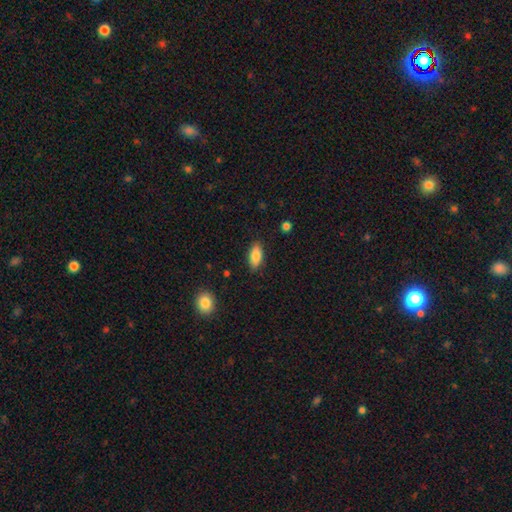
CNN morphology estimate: Smooth or featured: smooth — 85% (featured or disk — 9%)
How rounded: in between — 85% (cigar-shaped — 12%)
Merging: none — 86% (minor disturbance — 10%)